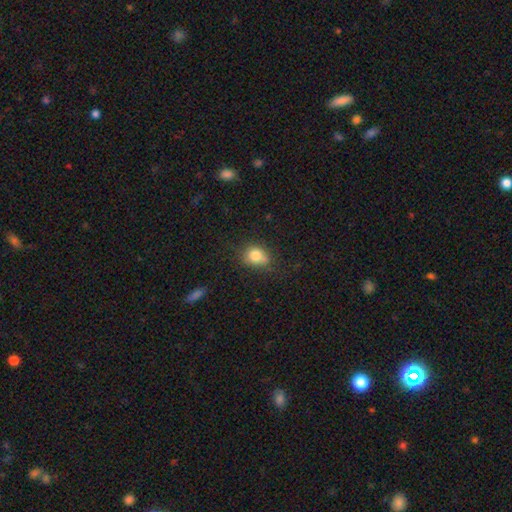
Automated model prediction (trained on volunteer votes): Smooth or featured: smooth — 81% (star or artifact — 10%)
How rounded: round — 54% (in between — 45%)
Merging: none — 64% (minor disturbance — 24%)